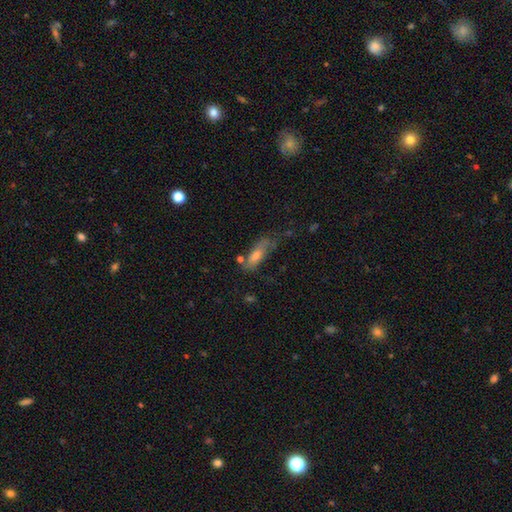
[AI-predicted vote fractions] smooth-or-featured: smooth: 59% | featured or disk: 31% | star or artifact: 11%
  how-rounded: in between: 61% | cigar-shaped: 36% | round: 3%
  merging: none: 43% | minor disturbance: 29% | major disturbance: 19% | merger: 9%